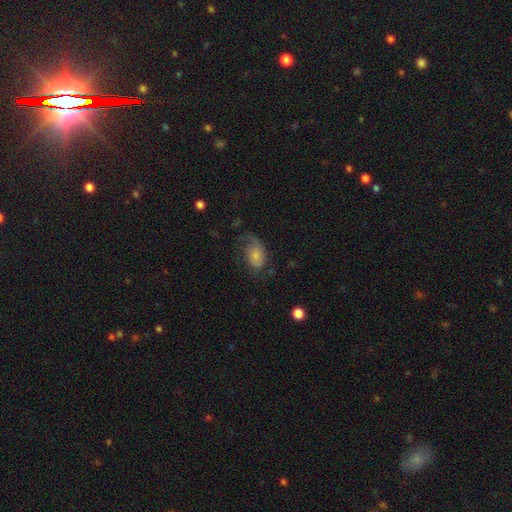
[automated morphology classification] Q: Smooth or featured?
A: smooth (53%); runner-up: featured or disk (39%)
Q: How rounded?
A: in between (85%); runner-up: round (14%)
Q: Merging?
A: none (39%); runner-up: major disturbance (33%)